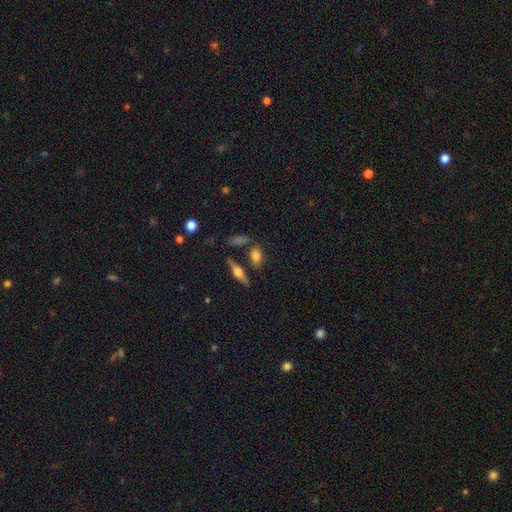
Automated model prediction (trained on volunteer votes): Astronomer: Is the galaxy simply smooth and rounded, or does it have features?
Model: smooth — 70%.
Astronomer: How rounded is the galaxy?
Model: in between — 79%.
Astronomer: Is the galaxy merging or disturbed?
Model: none — 72%.